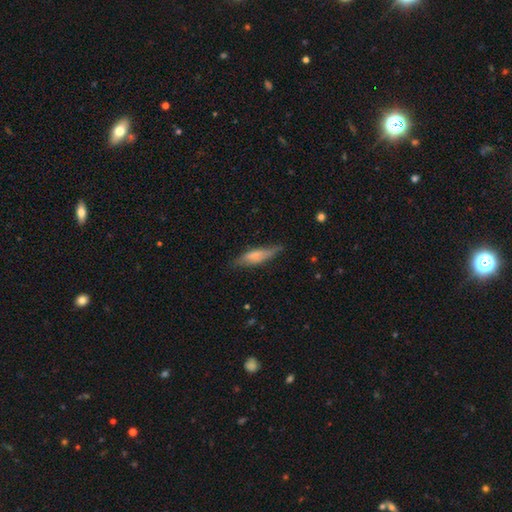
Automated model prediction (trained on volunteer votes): smooth 56%, featured or disk 37%, star or artifact 7%. Down the decision tree: how rounded — cigar-shaped (67%); merging — none (69%).